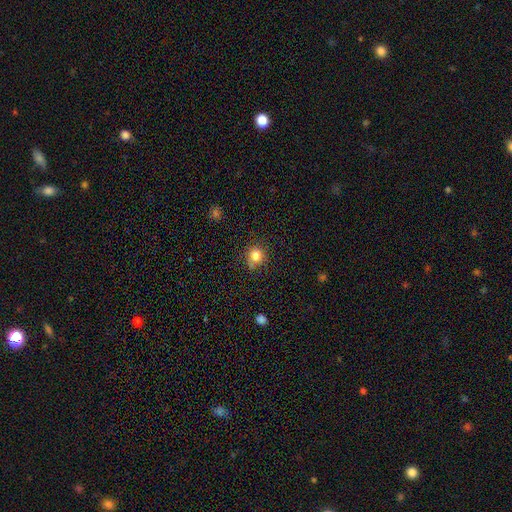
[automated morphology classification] This appears to be a smooth galaxy with no disk features (80%) that is round (84%). Merging: none (76%).